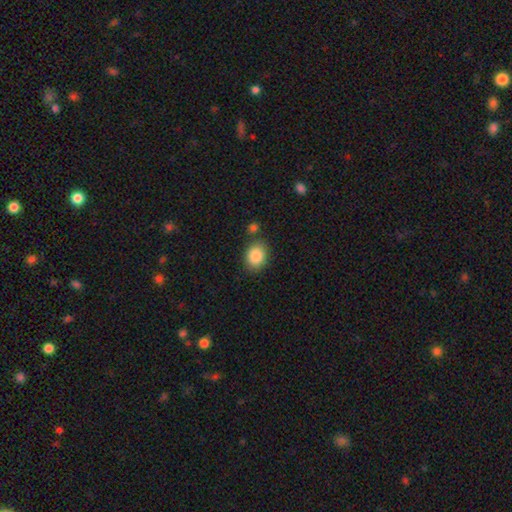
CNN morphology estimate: This is clearly a smooth galaxy (87%). How rounded: possibly in between (57%). Merging: likely none (76%).